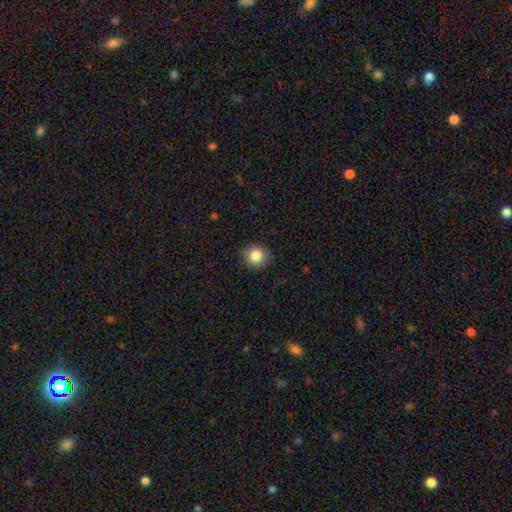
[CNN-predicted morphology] Smooth or featured: smooth — 84% (star or artifact — 9%)
How rounded: round — 89% (in between — 10%)
Merging: none — 90% (minor disturbance — 7%)